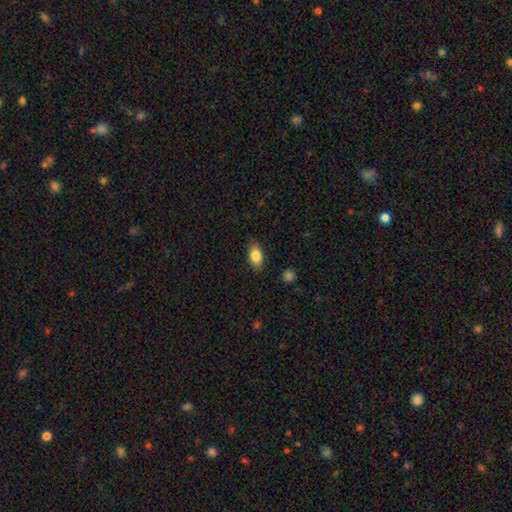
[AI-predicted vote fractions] Q: Smooth or featured?
A: smooth (83%); runner-up: featured or disk (9%)
Q: How rounded?
A: in between (89%); runner-up: round (8%)
Q: Merging?
A: none (84%); runner-up: minor disturbance (12%)